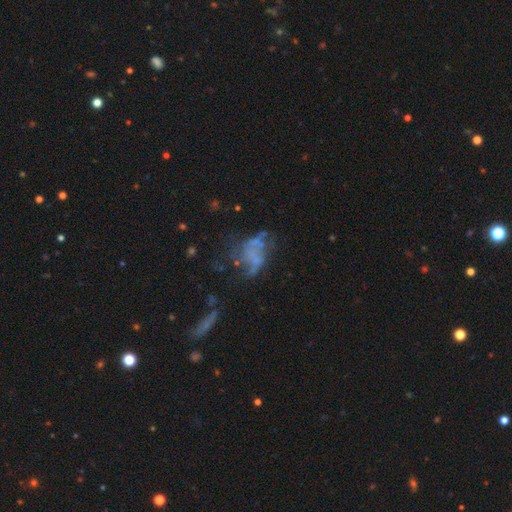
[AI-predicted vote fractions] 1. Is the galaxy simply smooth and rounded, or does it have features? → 55% featured or disk, 25% smooth, 20% star or artifact.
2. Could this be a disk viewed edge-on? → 97% no, 3% yes.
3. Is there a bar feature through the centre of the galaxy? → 86% no, 10% weak, 4% strong.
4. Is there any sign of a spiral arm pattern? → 75% no, 25% yes.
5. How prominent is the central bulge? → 78% none, 12% small, 6% moderate, 2% large, 1% dominant.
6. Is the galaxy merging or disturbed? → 36% none, 34% major disturbance, 19% minor disturbance, 11% merger.